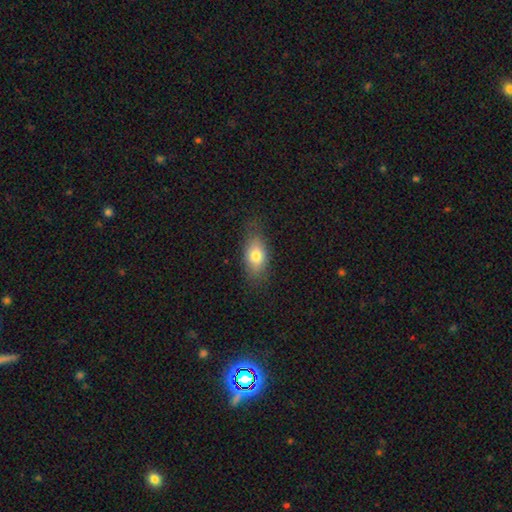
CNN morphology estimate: This appears to be a smooth galaxy with no disk features (77%) that is in between round and cigar-shaped (84%). Merging: none (77%).